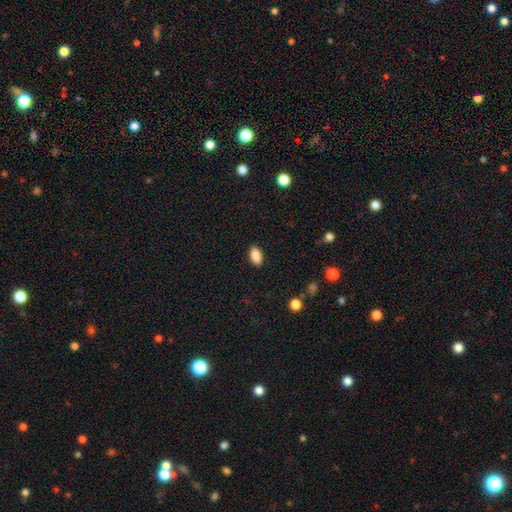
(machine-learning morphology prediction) Q: Smooth or featured?
A: smooth (88%); runner-up: star or artifact (8%)
Q: How rounded?
A: in between (92%); runner-up: round (5%)
Q: Merging?
A: none (89%); runner-up: minor disturbance (8%)